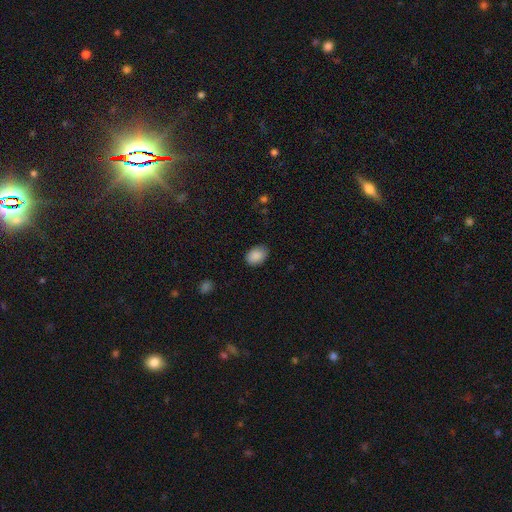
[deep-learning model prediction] Smooth or featured: smooth — 89% (star or artifact — 8%)
How rounded: in between — 80% (round — 19%)
Merging: none — 81% (minor disturbance — 15%)